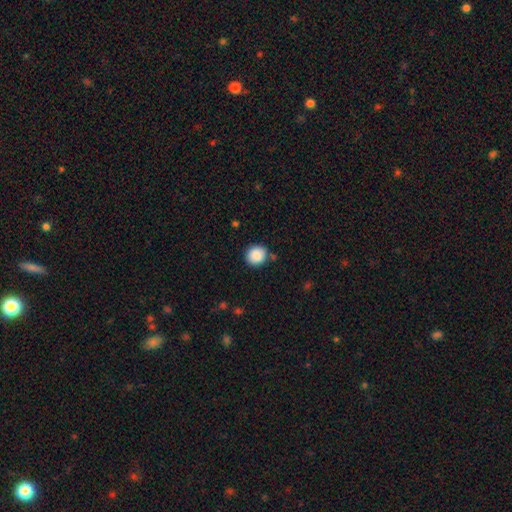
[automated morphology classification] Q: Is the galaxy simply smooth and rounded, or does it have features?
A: smooth — 88%.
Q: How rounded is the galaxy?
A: round — 86%.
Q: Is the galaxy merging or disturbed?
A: none — 83%.